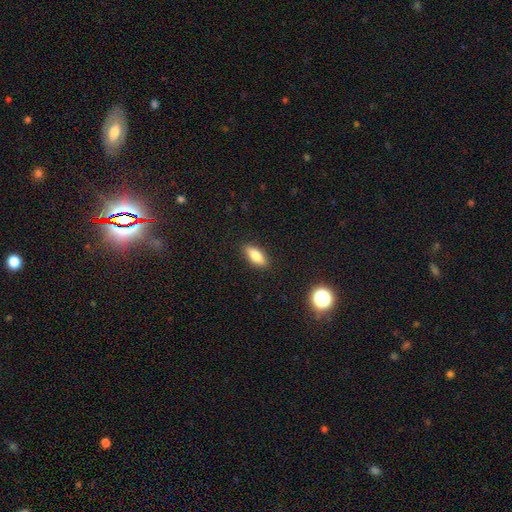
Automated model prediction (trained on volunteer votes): Q: Smooth or featured?
A: smooth (76%); runner-up: featured or disk (16%)
Q: How rounded?
A: in between (75%); runner-up: cigar-shaped (21%)
Q: Merging?
A: none (89%); runner-up: minor disturbance (8%)